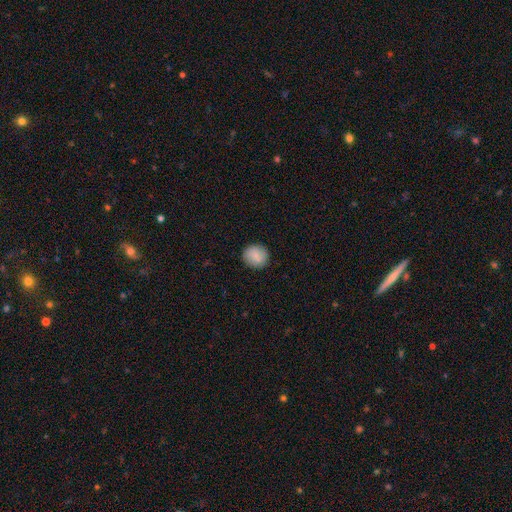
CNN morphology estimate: Smooth or featured?
  - smooth: 86% *
  - star or artifact: 7%
  - featured or disk: 7%
How rounded?
  - round: 87% *
  - in between: 12%
  - cigar-shaped: 1%
Merging?
  - none: 89% *
  - minor disturbance: 8%
  - major disturbance: 2%
  - merger: 1%